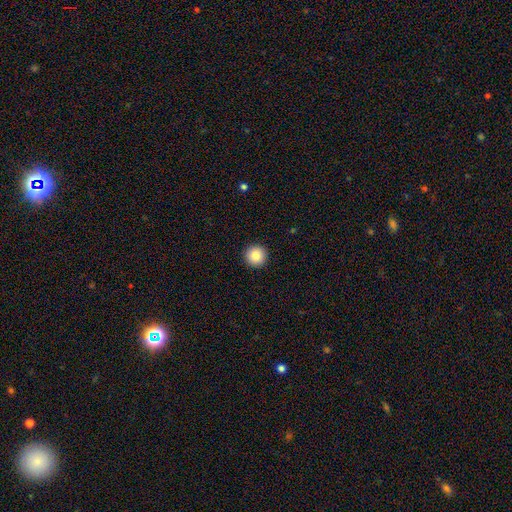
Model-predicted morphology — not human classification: smooth-or-featured: smooth: 88% | star or artifact: 9% | featured or disk: 4%
  how-rounded: round: 96% | in between: 3% | cigar-shaped: 1%
  merging: none: 93% | minor disturbance: 4% | major disturbance: 2% | merger: 1%